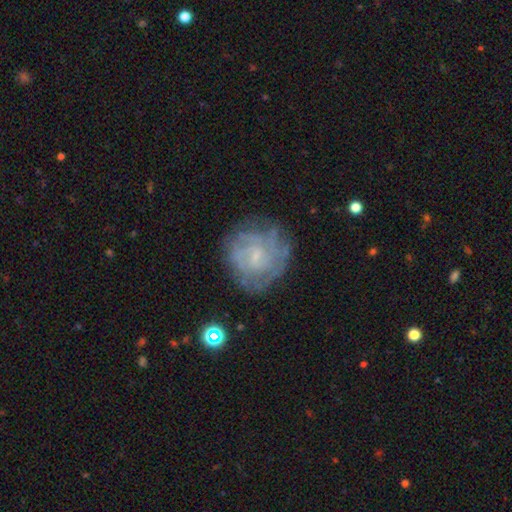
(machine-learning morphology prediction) featured or disk 67%, smooth 23%, star or artifact 10%. Down the decision tree: edge-on disk — no (97%); bar — no (59%); spiral arms — yes (75%); bulge size — small (63%); merging — none (71%).